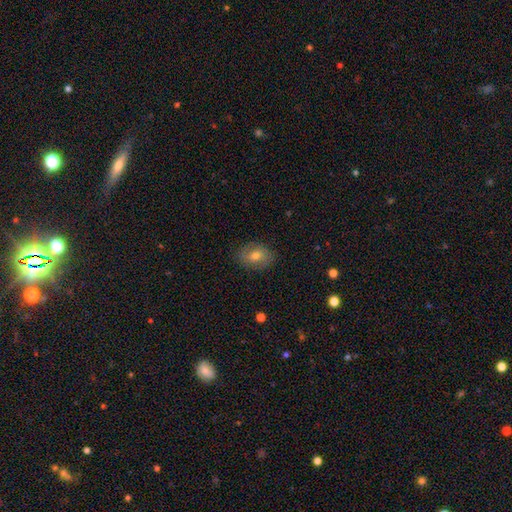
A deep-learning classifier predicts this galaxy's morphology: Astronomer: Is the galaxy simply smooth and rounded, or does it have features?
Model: smooth — 58%.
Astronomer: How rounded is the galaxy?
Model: in between — 69%.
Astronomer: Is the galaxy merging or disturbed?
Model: none — 83%.